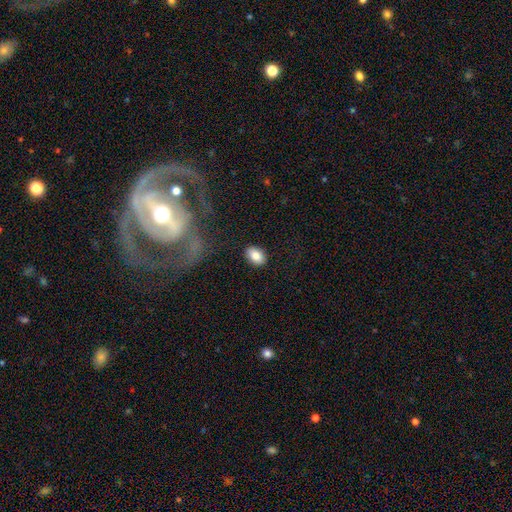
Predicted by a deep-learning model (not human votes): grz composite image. It shows a smooth galaxy with no disk features (84%) that is in between round and cigar-shaped (82%). Merging: none (87%).